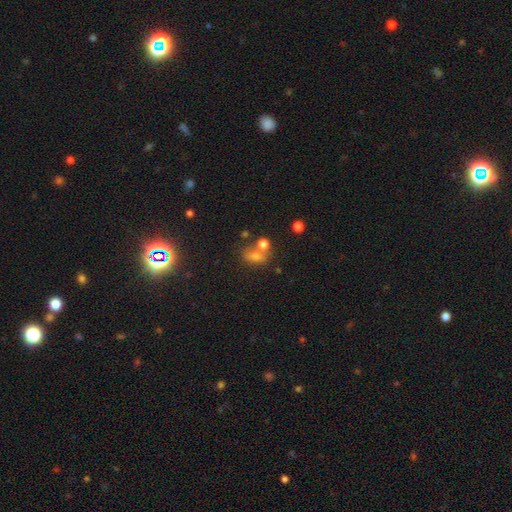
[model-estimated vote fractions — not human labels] This appears to be a smooth galaxy with no disk features (55%) that is in between round and cigar-shaped (65%). Merging: none (52%).